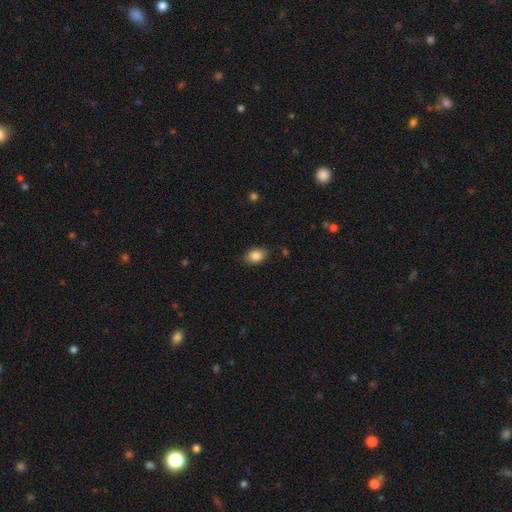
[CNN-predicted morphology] Q: Smooth or featured?
A: smooth (86%); runner-up: star or artifact (8%)
Q: How rounded?
A: in between (82%); runner-up: round (17%)
Q: Merging?
A: none (83%); runner-up: minor disturbance (13%)